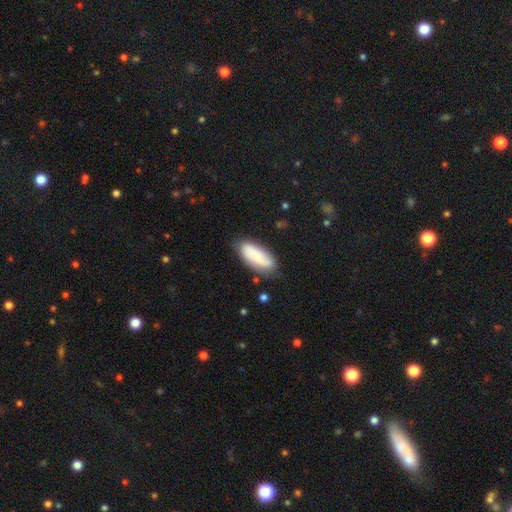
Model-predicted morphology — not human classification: Smooth or featured? Predicted: smooth (p=0.69). How rounded? Predicted: in between (p=0.80). Merging? Predicted: none (p=0.75).